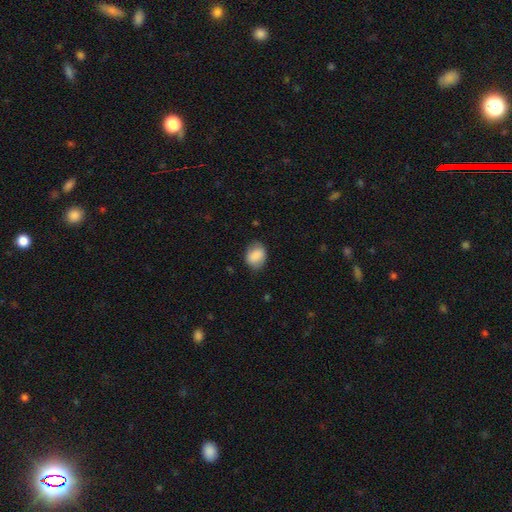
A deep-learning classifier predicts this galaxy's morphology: A smooth galaxy with no disk features (87%) that is in between round and cigar-shaped (60%).

Vote fractions:
- Smooth or featured? smooth: 87% / star or artifact: 7% / featured or disk: 6%
- How rounded? in between: 60% / round: 39% / cigar-shaped: 1%
- Merging? none: 75% / minor disturbance: 19% / major disturbance: 5% / merger: 1%